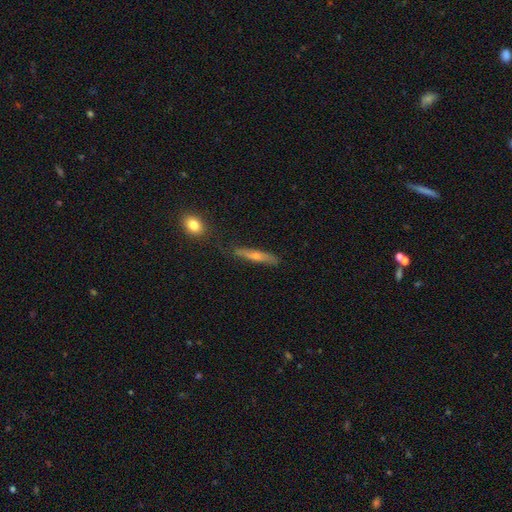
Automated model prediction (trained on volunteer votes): Smooth or featured? Predicted: featured or disk (p=0.51). Edge-on disk? Predicted: yes (p=0.89). Merging? Predicted: none (p=0.78).